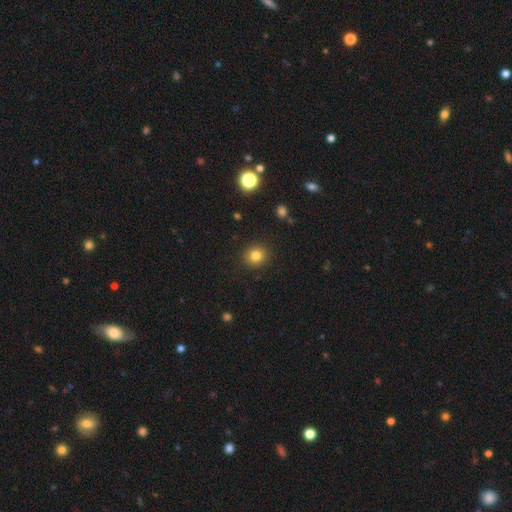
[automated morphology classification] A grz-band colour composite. It shows a smooth galaxy with no disk features (81%) that is round (88%). Merging: none (90%).